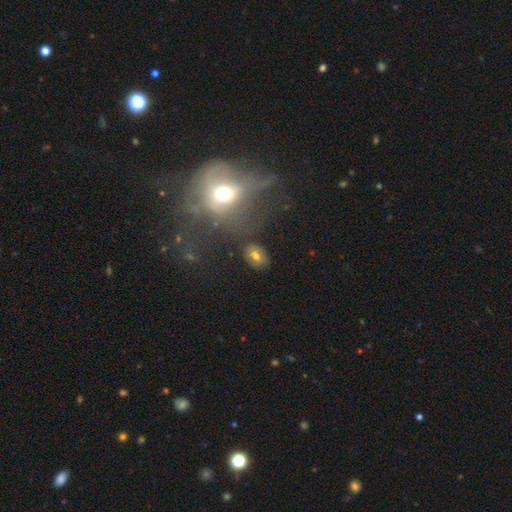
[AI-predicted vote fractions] smooth_or_featured: smooth (p=0.62) [alt: featured or disk p=0.25]
how_rounded: in between (p=0.70) [alt: round p=0.29]
merging: none (p=0.80) [alt: minor disturbance p=0.12]